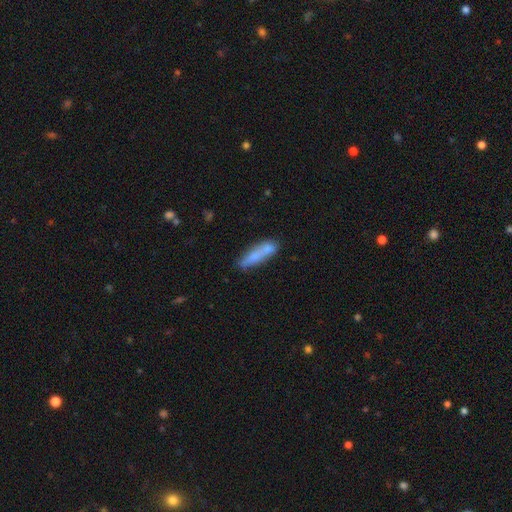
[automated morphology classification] smooth-or-featured: smooth: 72% | featured or disk: 22% | star or artifact: 7%
  how-rounded: cigar-shaped: 72% | in between: 26% | round: 2%
  merging: none: 58% | minor disturbance: 19% | merger: 18% | major disturbance: 6%